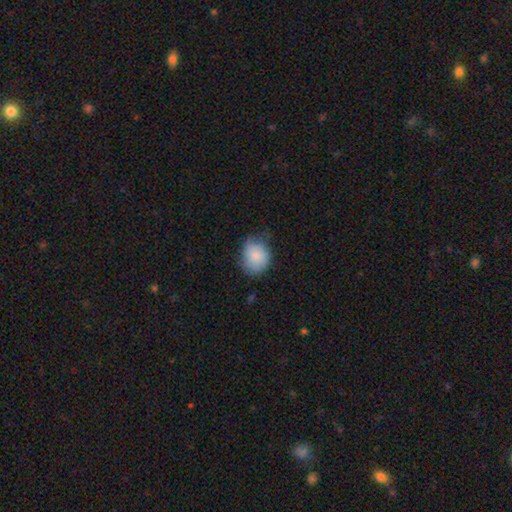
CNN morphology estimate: Smooth or featured?
  - smooth: 79% *
  - featured or disk: 14%
  - star or artifact: 7%
How rounded?
  - round: 65% *
  - in between: 34%
  - cigar-shaped: 1%
Merging?
  - none: 52% *
  - minor disturbance: 37%
  - major disturbance: 10%
  - merger: 1%